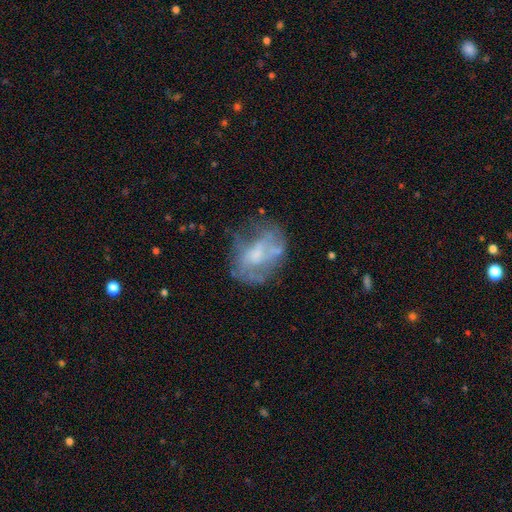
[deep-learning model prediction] A featured or disk galaxy (60%) with no bar (65%), no spiral arms (65%) and a small central bulge (32%). Merging: none (43%).